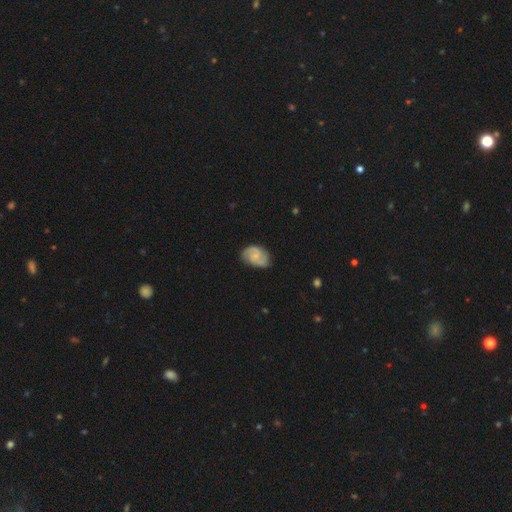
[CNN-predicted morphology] smooth-or-featured: featured or disk: 76% | smooth: 19% | star or artifact: 5%
  disk-edge-on: no: 98% | yes: 2%
    bar: no: 60% | weak: 35% | strong: 5%
    has-spiral-arms: yes: 96% | no: 4%
      spiral-winding: medium: 47% | tight: 37% | loose: 16%
      spiral-arm-count: 2: 75% | 3: 11% | can't tell: 8% | 1: 2% | 4: 2% | more than 4: 2%
    bulge-size: small: 61% | moderate: 22% | none: 16% | large: 1% | dominant: 1%
  merging: none: 74% | minor disturbance: 20% | major disturbance: 5% | merger: 1%